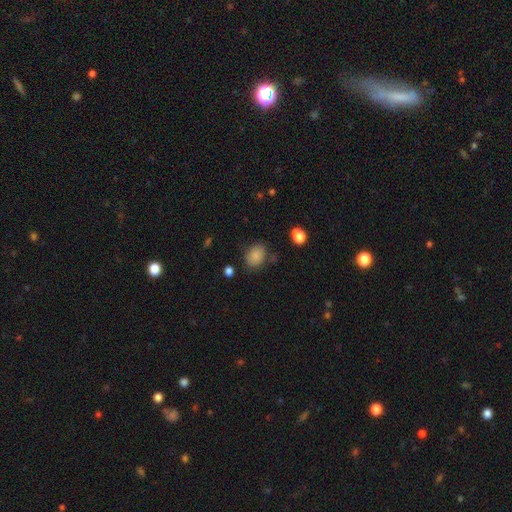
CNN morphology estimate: Smooth or featured?
  - smooth: 84% *
  - star or artifact: 10%
  - featured or disk: 6%
How rounded?
  - in between: 56% *
  - round: 43%
  - cigar-shaped: 1%
Merging?
  - none: 76% *
  - minor disturbance: 15%
  - major disturbance: 5%
  - merger: 4%